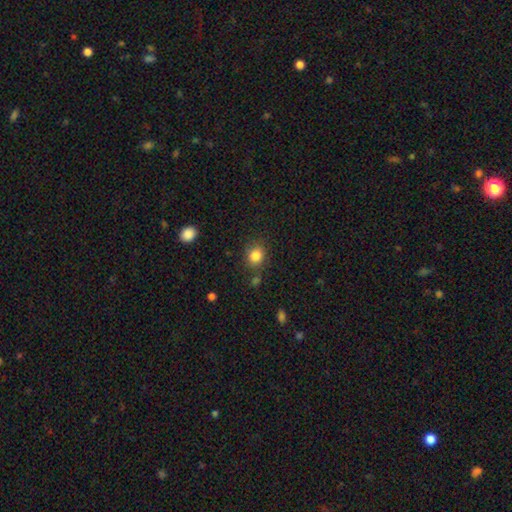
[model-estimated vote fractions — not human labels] This is clearly a smooth galaxy (84%). How rounded: likely round (73%). Merging: likely none (78%).